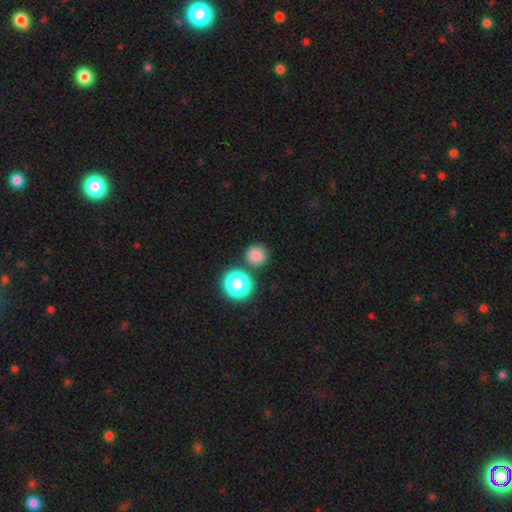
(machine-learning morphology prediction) Smooth or featured? Predicted: smooth (p=0.81). How rounded? Predicted: round (p=0.91). Merging? Predicted: none (p=0.78).